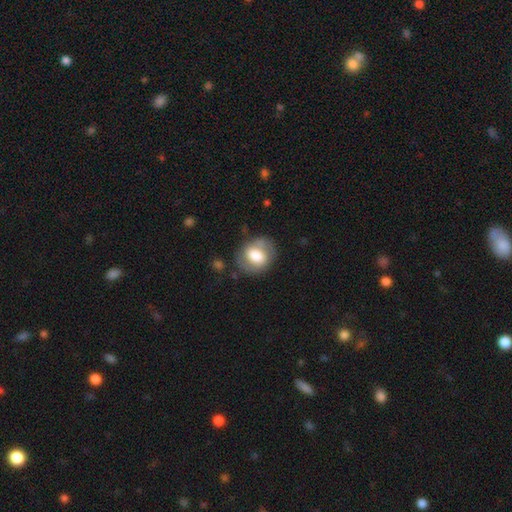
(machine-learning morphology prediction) smooth 54%, featured or disk 39%, star or artifact 7%. Down the decision tree: how rounded — round (58%); merging — none (74%).